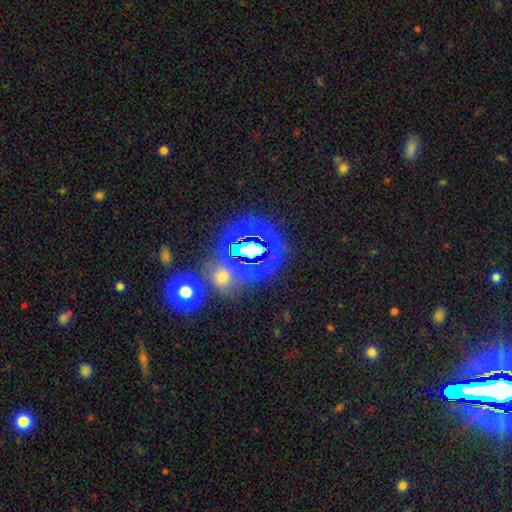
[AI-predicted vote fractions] A star or artifact, not a galaxy (74%).